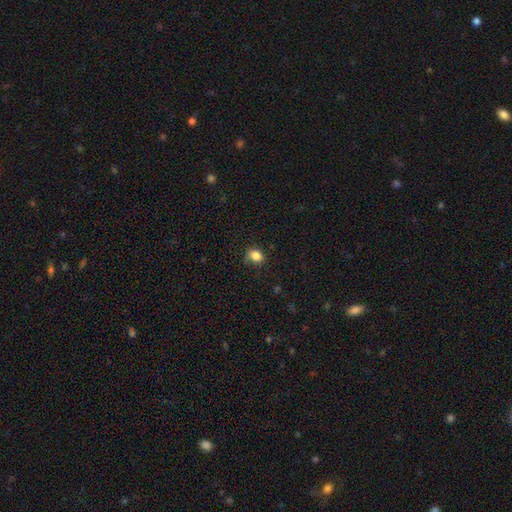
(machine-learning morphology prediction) smooth_or_featured: smooth (p=0.84) [alt: star or artifact p=0.11]
how_rounded: in between (p=0.55) [alt: round p=0.44]
merging: none (p=0.76) [alt: minor disturbance p=0.19]